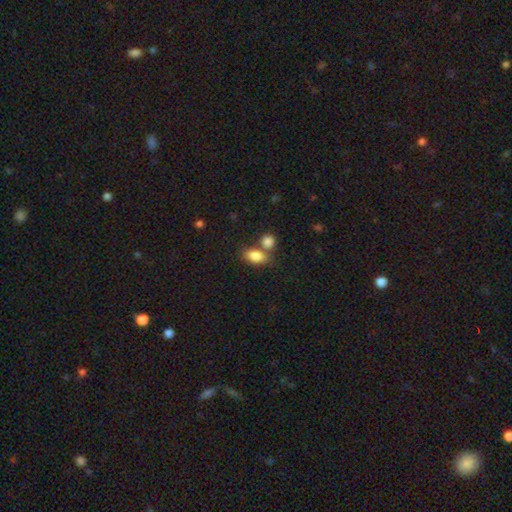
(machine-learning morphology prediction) A smooth galaxy with no disk features (84%) that is in between round and cigar-shaped (85%).

Vote fractions:
- Smooth or featured? smooth: 84% / star or artifact: 8% / featured or disk: 8%
- How rounded? in between: 85% / round: 12% / cigar-shaped: 3%
- Merging? none: 48% / merger: 37% / minor disturbance: 11% / major disturbance: 4%